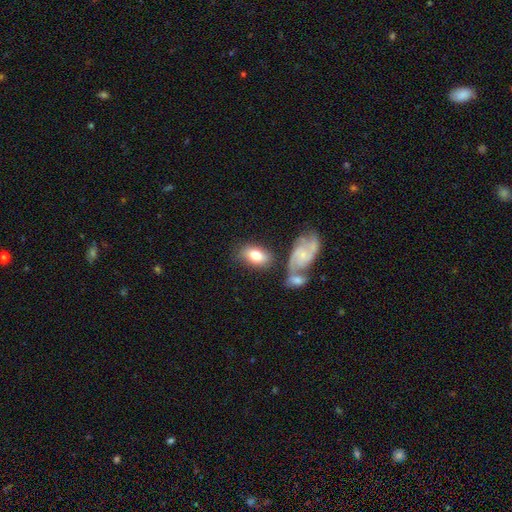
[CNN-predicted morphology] The model was most divided on "smooth or featured": smooth: 69%, featured or disk: 25%, star or artifact: 6%. More confident: how rounded — in between (87%); merging — none (62%).